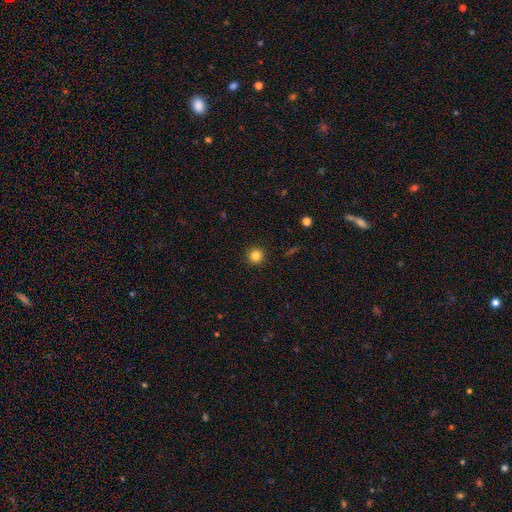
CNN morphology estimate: smooth_or_featured: smooth (p=0.83) [alt: star or artifact p=0.12]
how_rounded: round (p=0.95) [alt: in between p=0.04]
merging: none (p=0.93) [alt: minor disturbance p=0.05]